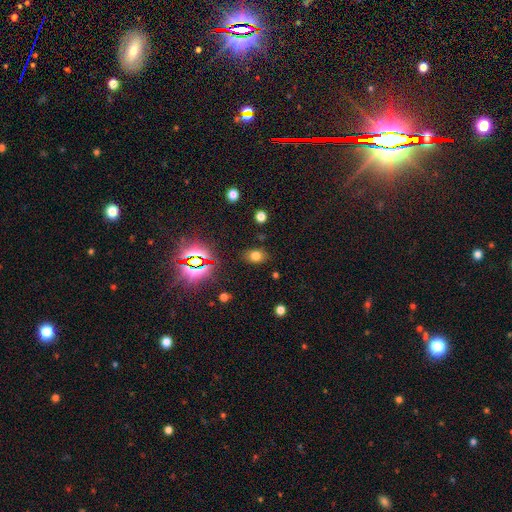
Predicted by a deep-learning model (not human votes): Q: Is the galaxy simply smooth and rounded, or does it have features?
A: smooth — 69%.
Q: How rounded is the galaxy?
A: in between — 72%.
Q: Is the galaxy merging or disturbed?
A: none — 83%.